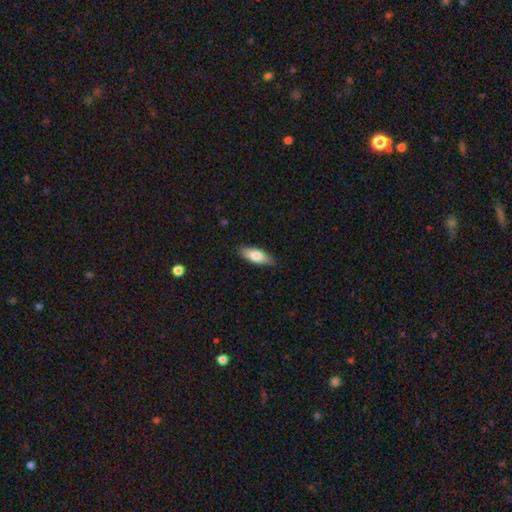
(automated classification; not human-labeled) Smooth or featured? Predicted: smooth (p=0.79). How rounded? Predicted: in between (p=0.70). Merging? Predicted: none (p=0.86).